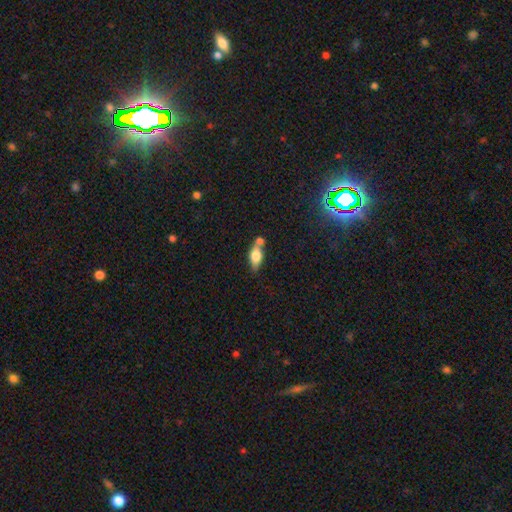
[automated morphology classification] Overall: smooth (66%). How rounded: in between (77%). Merging: none (45%; merger 36%).